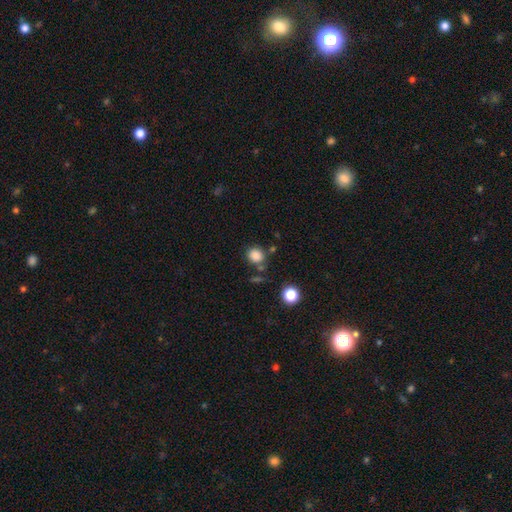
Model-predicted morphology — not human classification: type=smooth (84%); roundness=round (74%); merging=none (74%).